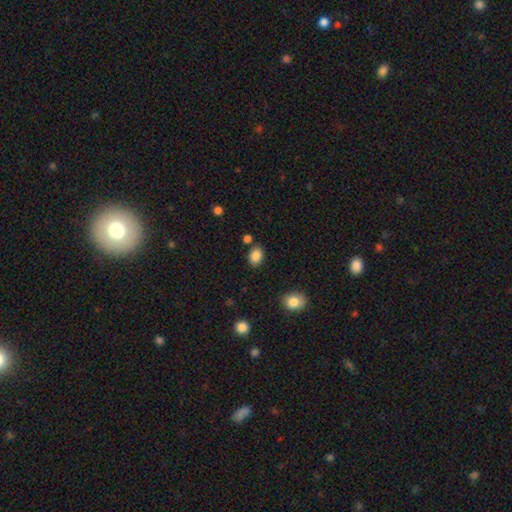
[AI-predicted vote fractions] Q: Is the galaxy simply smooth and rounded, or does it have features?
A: smooth — 86%.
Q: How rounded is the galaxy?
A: in between — 67%.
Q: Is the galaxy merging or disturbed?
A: none — 80%.